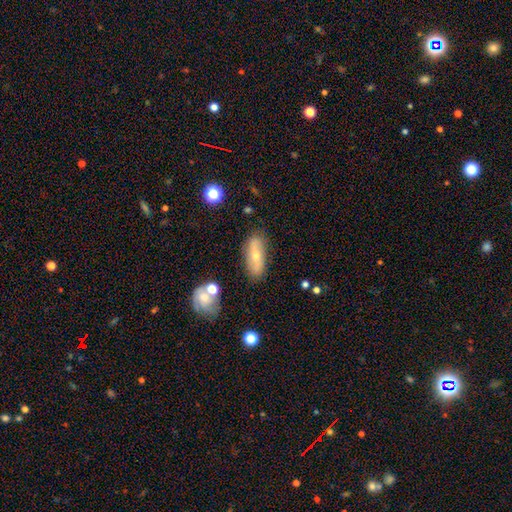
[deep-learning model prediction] Smooth or featured?
  - featured or disk: 47% *
  - smooth: 45%
  - star or artifact: 8%
Merging?
  - none: 79% *
  - minor disturbance: 14%
  - merger: 4%
  - major disturbance: 4%